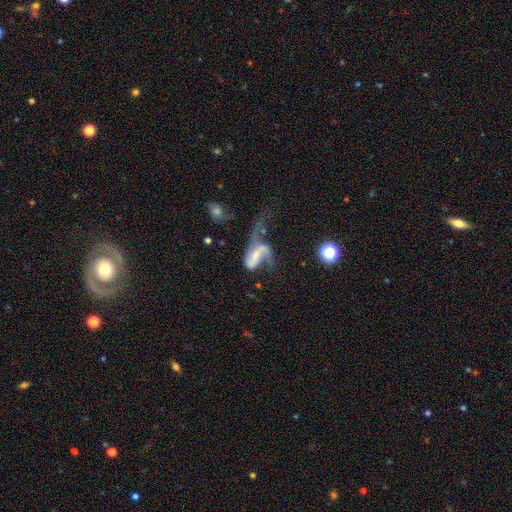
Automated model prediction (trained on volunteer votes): smooth-or-featured: featured or disk: 67% | smooth: 24% | star or artifact: 10%
  disk-edge-on: no: 95% | yes: 5%
    bar: no: 36% | weak: 33% | strong: 31%
    has-spiral-arms: yes: 74% | no: 26%
    bulge-size: none: 36% | small: 33% | moderate: 20% | large: 7% | dominant: 3%
  merging: major disturbance: 55% | none: 17% | merger: 17% | minor disturbance: 12%